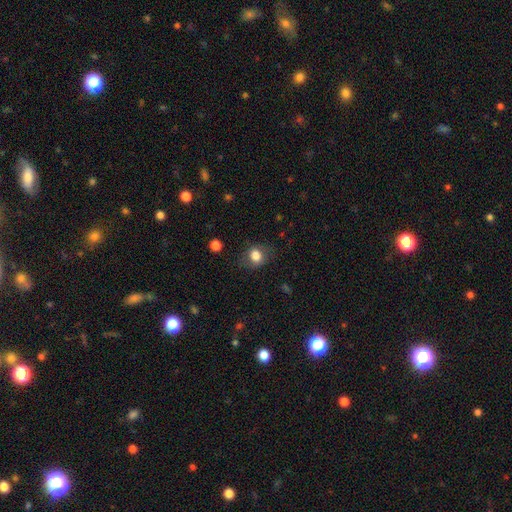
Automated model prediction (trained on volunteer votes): Q: Smooth or featured?
A: smooth (80%); runner-up: featured or disk (10%)
Q: How rounded?
A: round (53%); runner-up: in between (46%)
Q: Merging?
A: none (74%); runner-up: minor disturbance (18%)